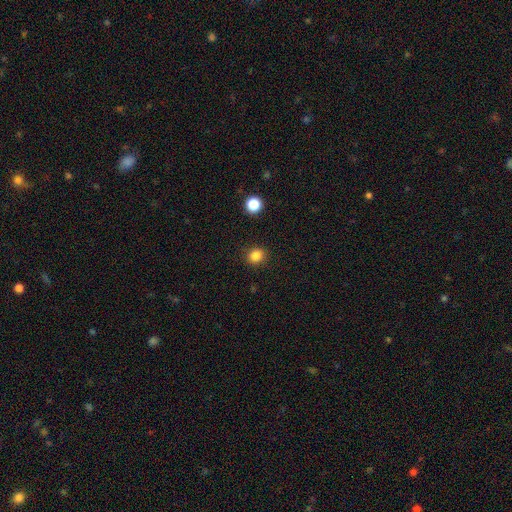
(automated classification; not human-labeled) smooth-or-featured: smooth: 84% | star or artifact: 12% | featured or disk: 4%
  how-rounded: round: 78% | in between: 21% | cigar-shaped: 1%
  merging: none: 90% | minor disturbance: 6% | major disturbance: 2% | merger: 1%